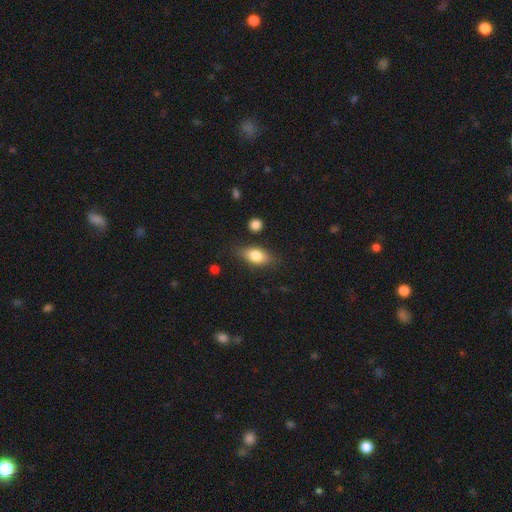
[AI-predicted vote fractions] smooth-or-featured: smooth: 76% | featured or disk: 16% | star or artifact: 8%
  how-rounded: in between: 83% | round: 9% | cigar-shaped: 8%
  merging: none: 78% | minor disturbance: 15% | major disturbance: 4% | merger: 2%